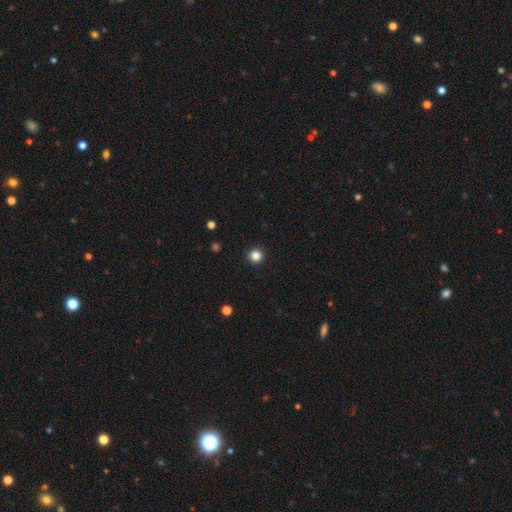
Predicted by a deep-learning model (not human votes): smooth_or_featured: smooth (p=0.84) [alt: star or artifact p=0.12]
how_rounded: round (p=0.96) [alt: in between p=0.03]
merging: none (p=0.94) [alt: minor disturbance p=0.04]